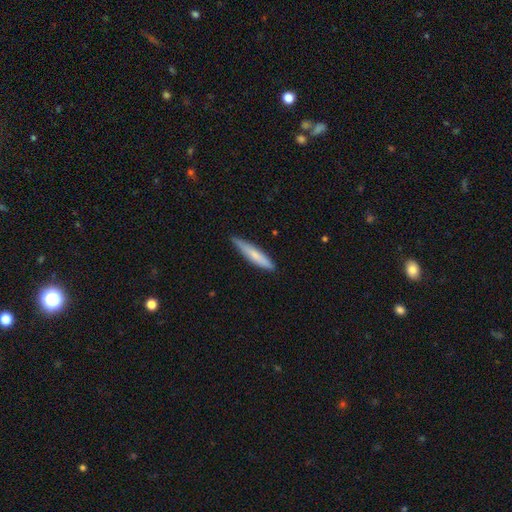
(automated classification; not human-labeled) Smooth or featured?
  - smooth: 69% *
  - featured or disk: 26%
  - star or artifact: 5%
How rounded?
  - cigar-shaped: 89% *
  - in between: 10%
  - round: 1%
Merging?
  - none: 80% *
  - minor disturbance: 16%
  - major disturbance: 2%
  - merger: 1%